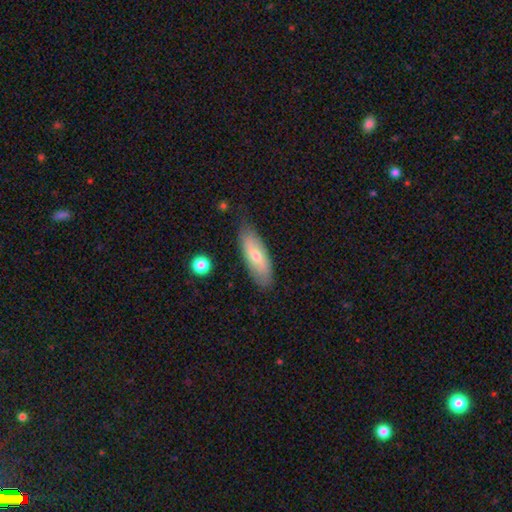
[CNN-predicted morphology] Smooth or featured? smooth (61%)
How rounded? in between (64%)
Merging? none (79%)